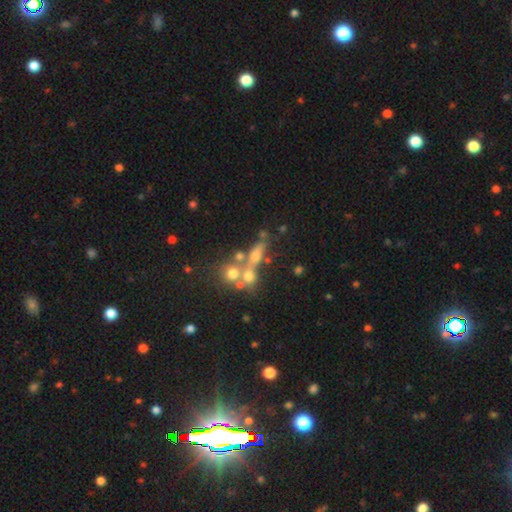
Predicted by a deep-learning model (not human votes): smooth_or_featured: smooth (p=0.50) [alt: featured or disk p=0.31]
how_rounded: in between (p=0.41) [alt: round p=0.31]
merging: none (p=0.41) [alt: merger p=0.37]